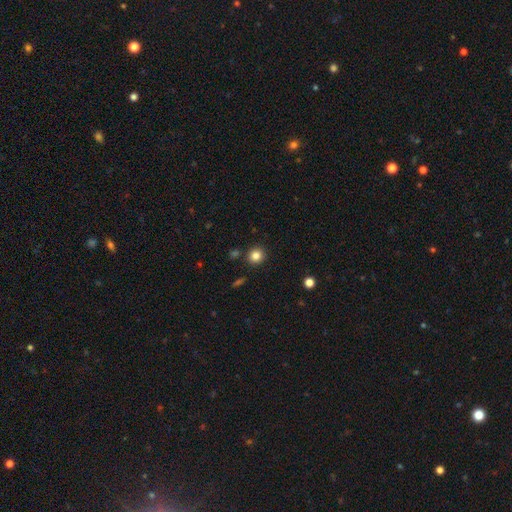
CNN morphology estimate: Smooth or featured?
  - smooth: 83% *
  - star or artifact: 11%
  - featured or disk: 5%
How rounded?
  - round: 87% *
  - in between: 12%
  - cigar-shaped: 1%
Merging?
  - none: 88% *
  - minor disturbance: 7%
  - merger: 3%
  - major disturbance: 2%